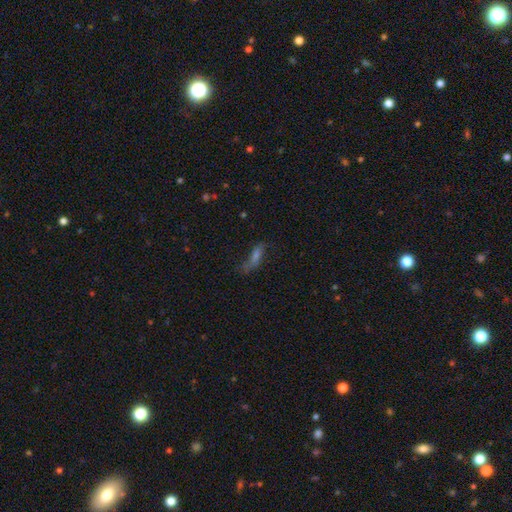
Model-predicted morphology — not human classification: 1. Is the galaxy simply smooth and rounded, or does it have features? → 44% featured or disk, 39% smooth, 18% star or artifact.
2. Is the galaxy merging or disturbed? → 52% none, 24% minor disturbance, 20% major disturbance, 4% merger.